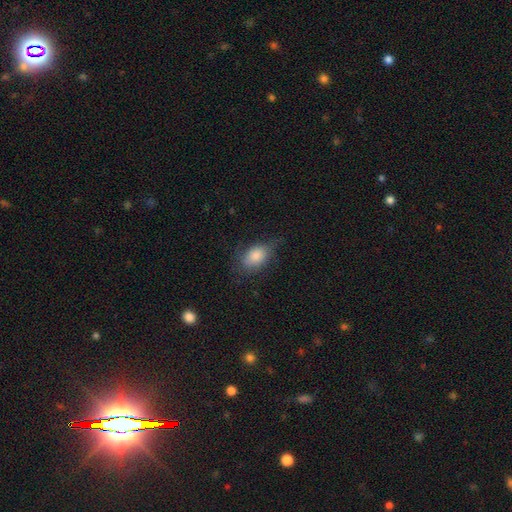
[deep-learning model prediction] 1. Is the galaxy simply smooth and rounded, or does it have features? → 78% smooth, 13% featured or disk, 9% star or artifact.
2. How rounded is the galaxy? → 84% in between, 13% round, 3% cigar-shaped.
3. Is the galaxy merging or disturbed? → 59% none, 29% minor disturbance, 11% major disturbance, 1% merger.